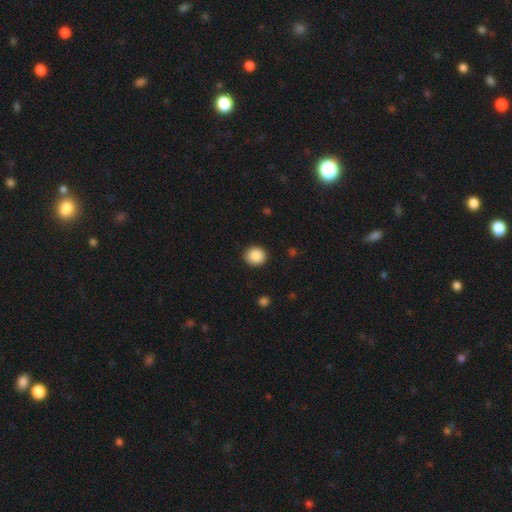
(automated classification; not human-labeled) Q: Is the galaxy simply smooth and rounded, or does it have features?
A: smooth — 89%.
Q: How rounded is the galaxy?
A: round — 86%.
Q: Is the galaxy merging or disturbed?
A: none — 91%.